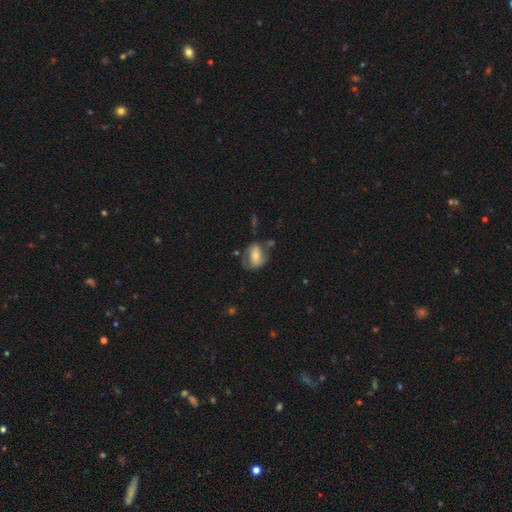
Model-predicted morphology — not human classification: Smooth or featured?
  - featured or disk: 48% *
  - smooth: 45%
  - star or artifact: 7%
Merging?
  - none: 49% *
  - minor disturbance: 25%
  - major disturbance: 17%
  - merger: 9%